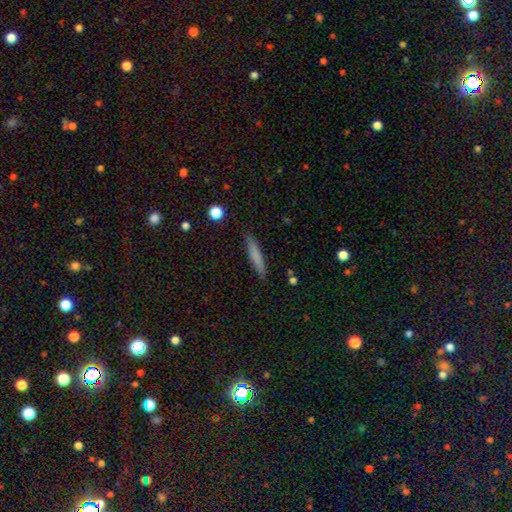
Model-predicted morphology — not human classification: smooth 76%, featured or disk 17%, star or artifact 7%. Down the decision tree: how rounded — cigar-shaped (90%); merging — none (88%).